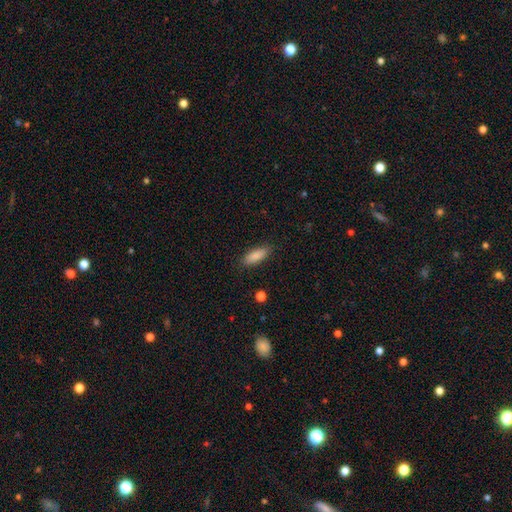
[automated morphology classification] Overall: smooth (87%). How rounded: in between (67%; cigar-shaped 31%). Merging: none (87%).